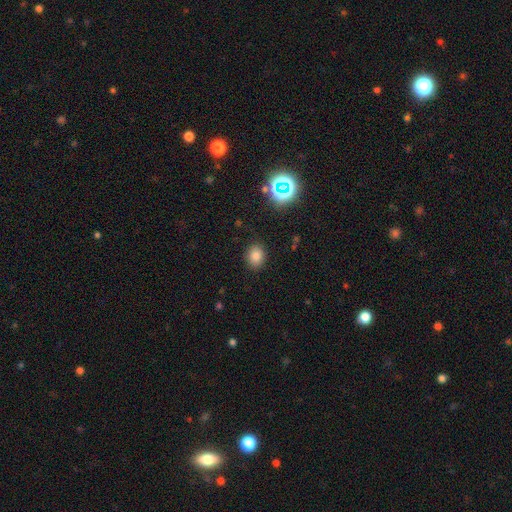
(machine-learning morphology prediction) This is likely a smooth galaxy (79%). How rounded: possibly round (54%). Merging: clearly none (87%).